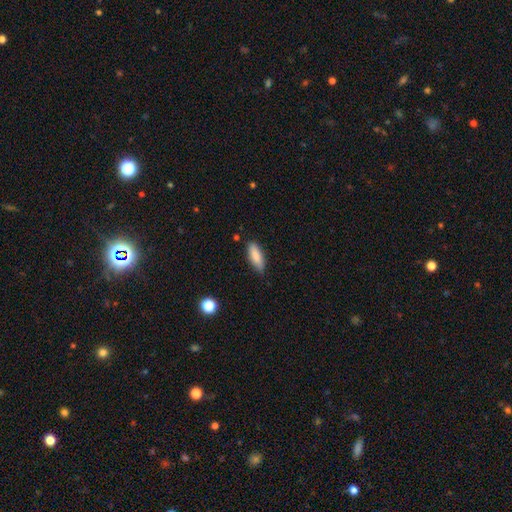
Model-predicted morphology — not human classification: smooth 84%, featured or disk 10%, star or artifact 7%. Down the decision tree: how rounded — in between (63%); merging — none (78%).